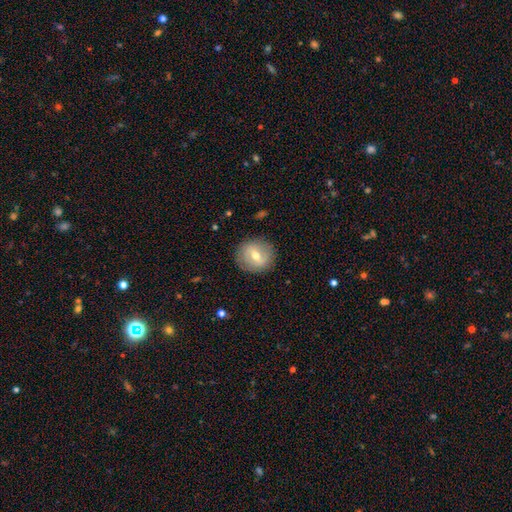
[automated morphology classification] smooth_or_featured: featured or disk (p=0.48) [alt: smooth p=0.44]
merging: none (p=0.85) [alt: minor disturbance p=0.10]